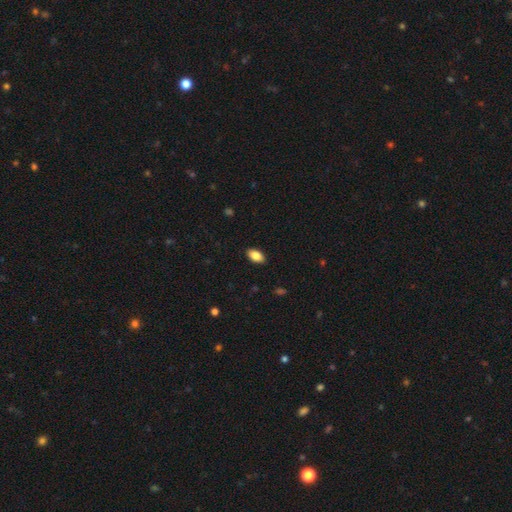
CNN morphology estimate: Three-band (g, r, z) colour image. It shows a smooth galaxy with no disk features (86%) that is in between round and cigar-shaped (93%). Merging: none (89%).